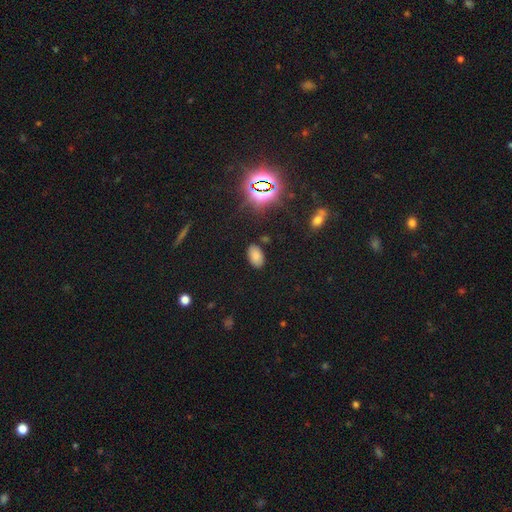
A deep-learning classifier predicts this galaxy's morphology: This appears to be a smooth galaxy with no disk features (76%) that is in between round and cigar-shaped (94%). Merging: none (86%).